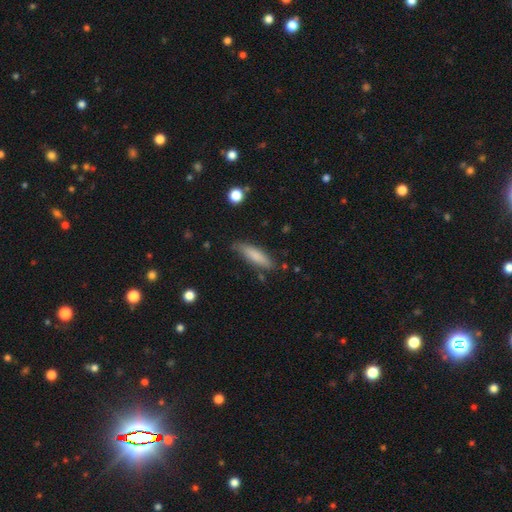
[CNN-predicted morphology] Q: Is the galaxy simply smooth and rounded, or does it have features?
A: smooth — 80%.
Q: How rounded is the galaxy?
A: cigar-shaped — 70%.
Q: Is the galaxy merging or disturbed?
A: none — 80%.